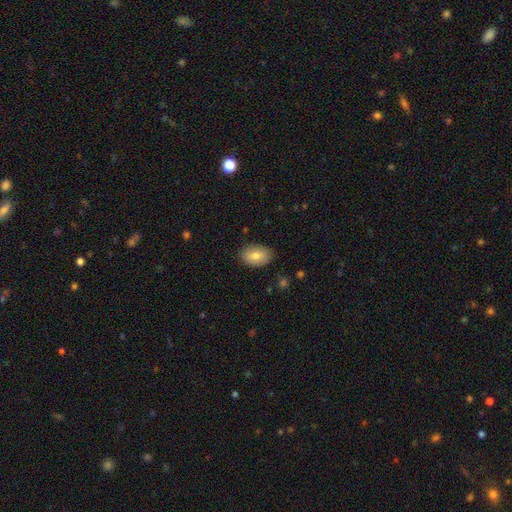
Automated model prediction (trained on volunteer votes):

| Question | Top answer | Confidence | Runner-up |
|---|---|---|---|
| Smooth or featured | smooth | 78% | featured or disk (15%) |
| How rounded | in between | 86% | round (12%) |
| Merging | none | 86% | minor disturbance (11%) |